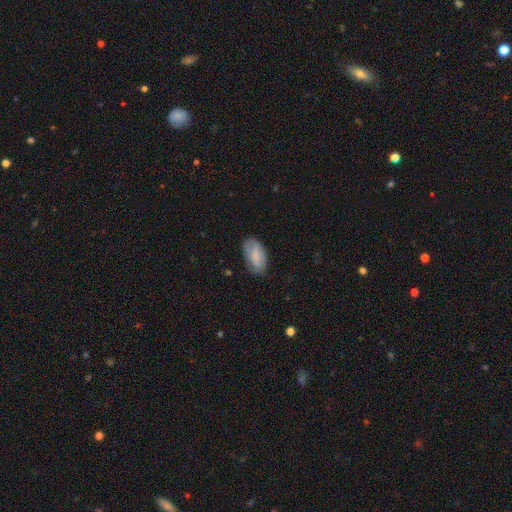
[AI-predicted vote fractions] smooth_or_featured: smooth (p=0.76) [alt: featured or disk p=0.17]
how_rounded: in between (p=0.94) [alt: round p=0.04]
merging: none (p=0.68) [alt: minor disturbance p=0.25]